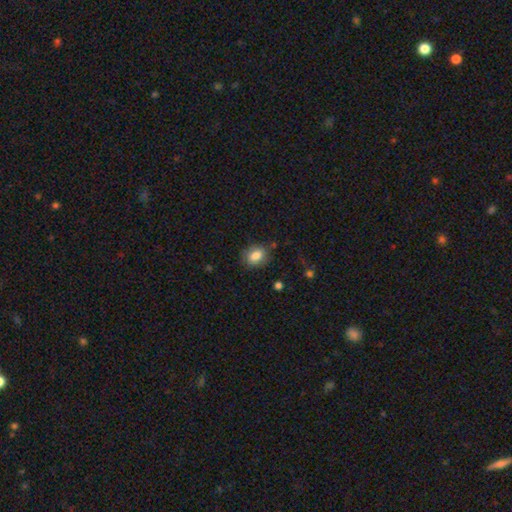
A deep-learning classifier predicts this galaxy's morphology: Smooth or featured?
  - smooth: 83% *
  - star or artifact: 9%
  - featured or disk: 8%
How rounded?
  - in between: 62% *
  - round: 37%
  - cigar-shaped: 1%
Merging?
  - none: 79% *
  - minor disturbance: 15%
  - major disturbance: 4%
  - merger: 2%